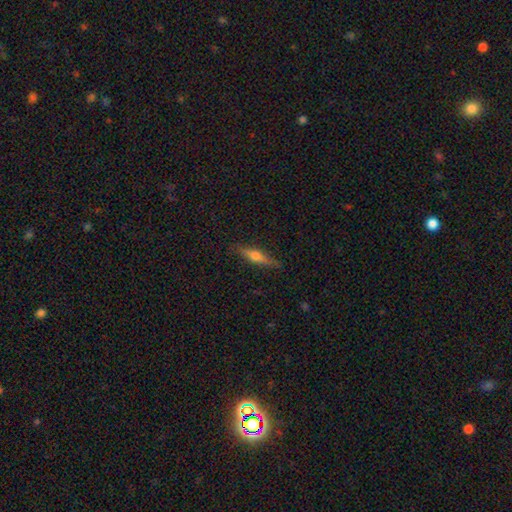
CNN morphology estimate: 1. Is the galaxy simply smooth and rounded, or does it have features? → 51% featured or disk, 42% smooth, 7% star or artifact.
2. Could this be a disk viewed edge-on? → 94% yes, 6% no.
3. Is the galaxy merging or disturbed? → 86% none, 11% minor disturbance, 2% major disturbance, 1% merger.